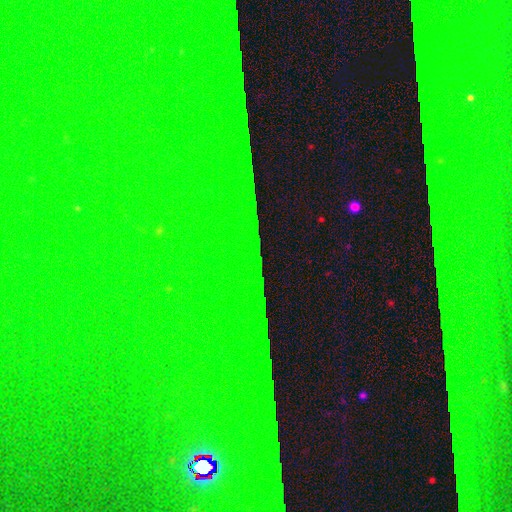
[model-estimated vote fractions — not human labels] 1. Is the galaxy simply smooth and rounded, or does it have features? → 88% star or artifact, 7% featured or disk, 5% smooth.